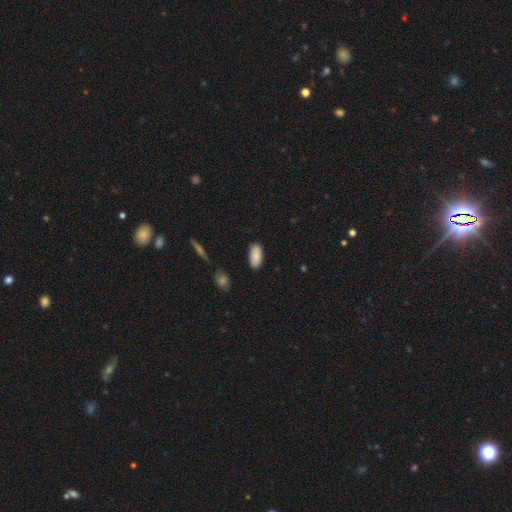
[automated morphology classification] type=smooth (89%); roundness=in between (89%); merging=none (86%).